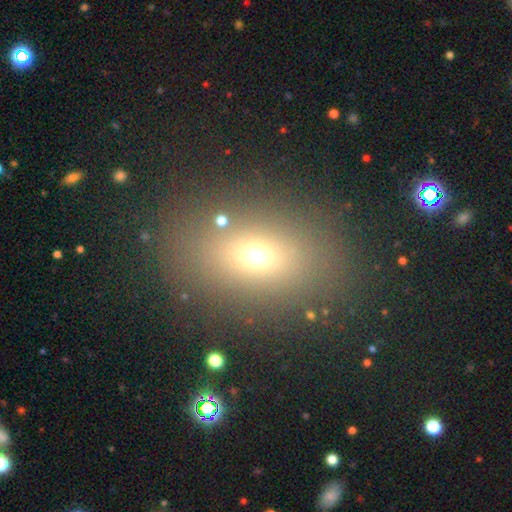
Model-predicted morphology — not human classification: A smooth galaxy with no disk features (65%) that is in between round and cigar-shaped (65%). Merging: none (82%).